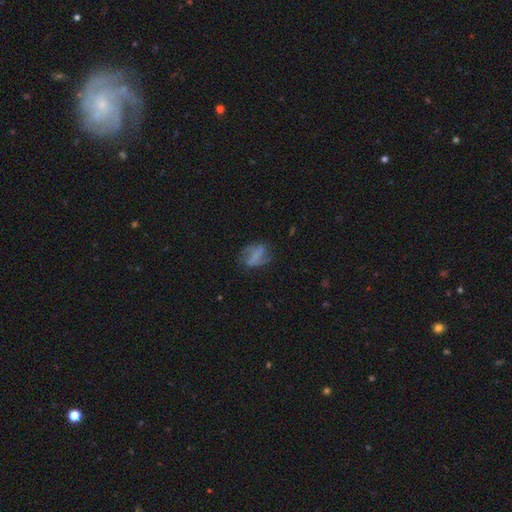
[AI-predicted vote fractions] Q: Smooth or featured?
A: featured or disk (50%); runner-up: smooth (38%)
Q: Merging?
A: none (58%); runner-up: minor disturbance (23%)